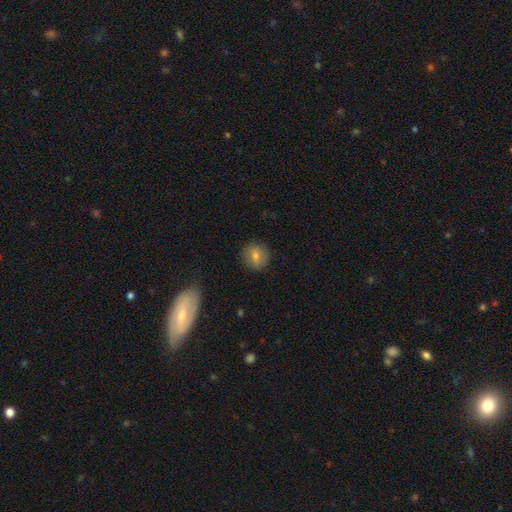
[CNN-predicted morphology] Smooth or featured? smooth (67%)
How rounded? round (80%)
Merging? none (85%)